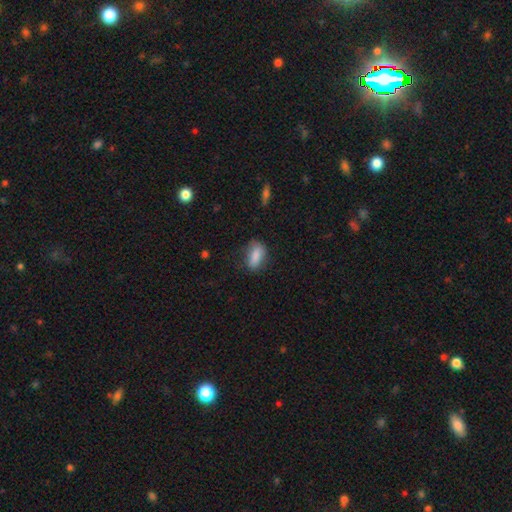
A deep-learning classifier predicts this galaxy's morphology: This appears to be a smooth galaxy with no disk features (84%) that is in between round and cigar-shaped (85%). Merging: none (67%).